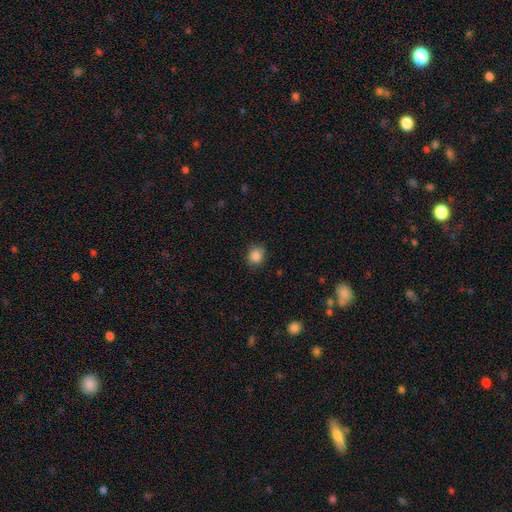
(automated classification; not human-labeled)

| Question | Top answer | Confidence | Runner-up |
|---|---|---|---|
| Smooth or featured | smooth | 86% | star or artifact (10%) |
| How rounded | round | 69% | in between (30%) |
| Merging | none | 79% | minor disturbance (16%) |